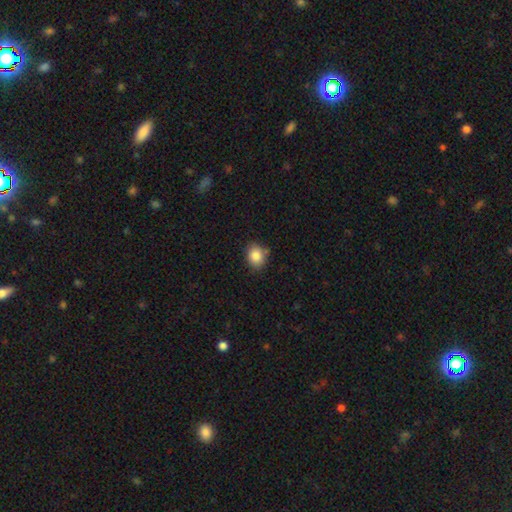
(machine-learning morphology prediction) type=smooth (85%); roundness=round (54%); merging=none (79%).